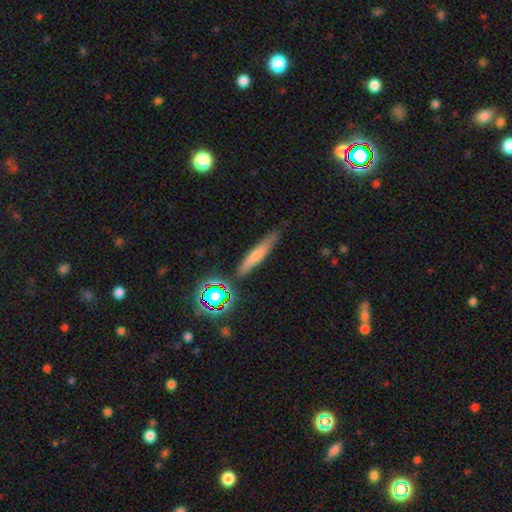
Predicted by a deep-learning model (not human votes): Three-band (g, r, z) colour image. It shows a smooth galaxy with no disk features (58%) that is cigar-shaped (87%). Merging: none (82%).